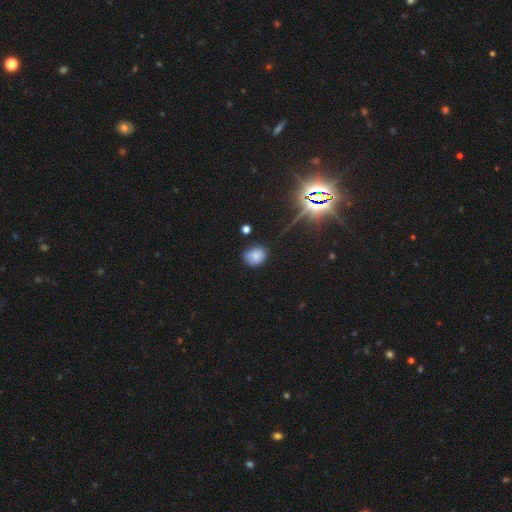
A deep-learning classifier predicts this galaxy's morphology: This is likely a smooth galaxy (77%). How rounded: possibly round (53%). Merging: likely none (73%).